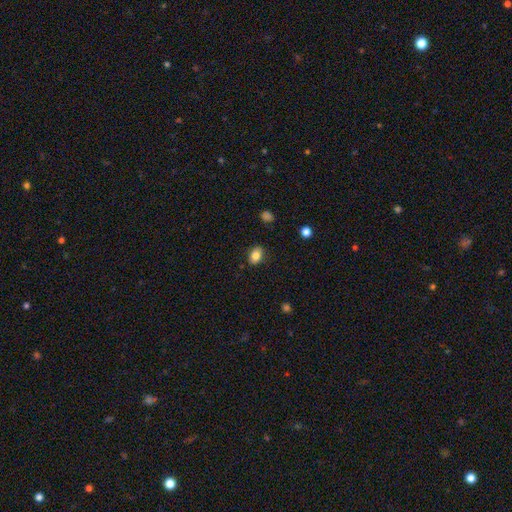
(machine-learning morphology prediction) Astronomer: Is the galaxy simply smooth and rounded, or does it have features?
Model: smooth — 83%.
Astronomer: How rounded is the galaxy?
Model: in between — 74%.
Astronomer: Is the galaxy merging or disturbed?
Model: none — 86%.